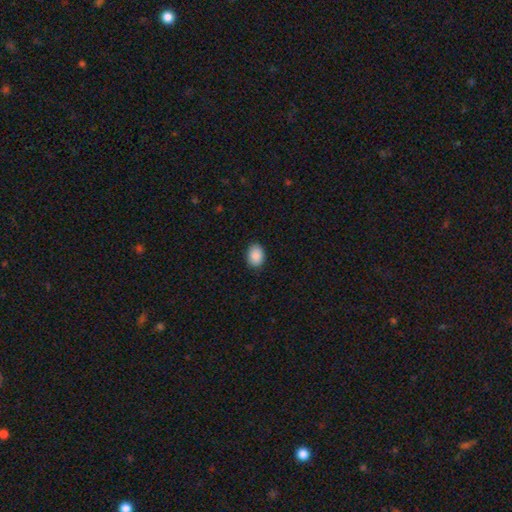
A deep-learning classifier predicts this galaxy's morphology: smooth-or-featured: smooth: 90% | star or artifact: 7% | featured or disk: 3%
  how-rounded: in between: 72% | round: 27% | cigar-shaped: 1%
  merging: none: 89% | minor disturbance: 9% | major disturbance: 2% | merger: 1%